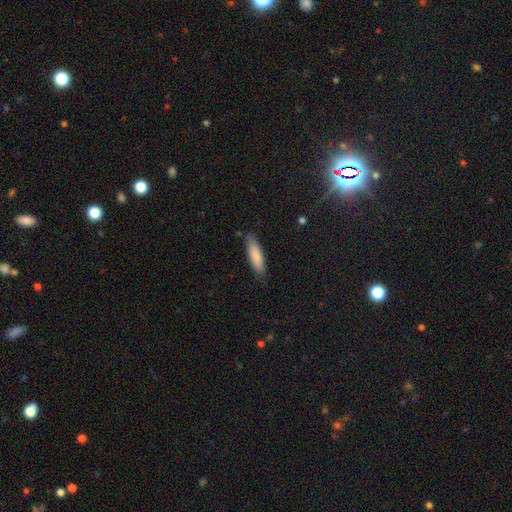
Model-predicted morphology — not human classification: This appears to be a smooth galaxy with no disk features (85%) that is cigar-shaped (63%). Merging: none (83%).